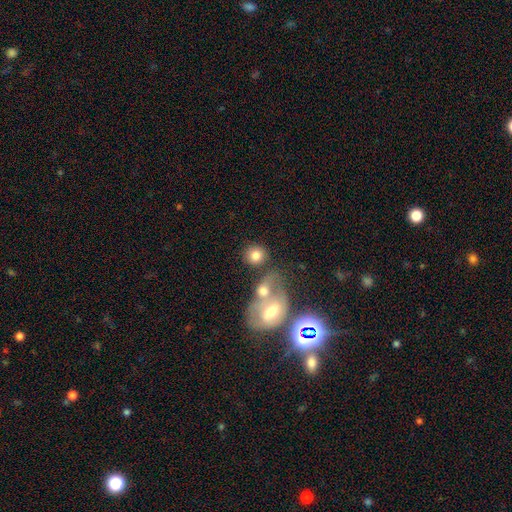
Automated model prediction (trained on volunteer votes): This appears to be a smooth galaxy with no disk features (77%) that is round (77%). Merging: none (62%).